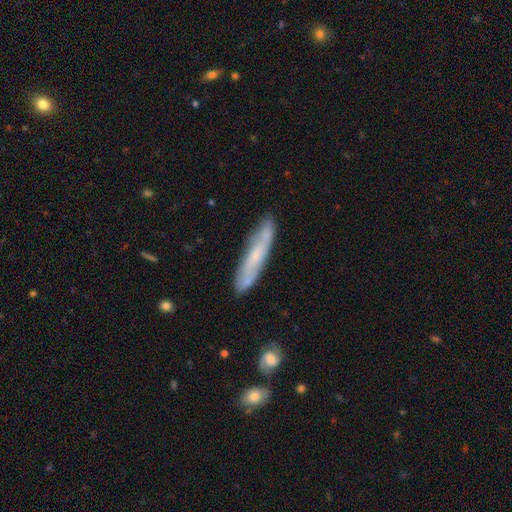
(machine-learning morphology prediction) Smooth or featured? Predicted: featured or disk (p=0.50). Edge-on disk? Predicted: yes (p=0.53). Merging? Predicted: none (p=0.81).